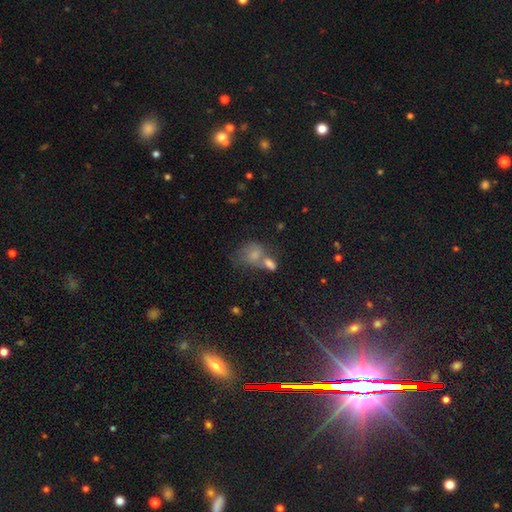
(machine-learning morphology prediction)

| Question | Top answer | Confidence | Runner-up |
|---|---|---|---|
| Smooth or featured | smooth | 50% | star or artifact (26%) |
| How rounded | in between | 53% | round (45%) |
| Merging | merger | 39% | none (35%) |